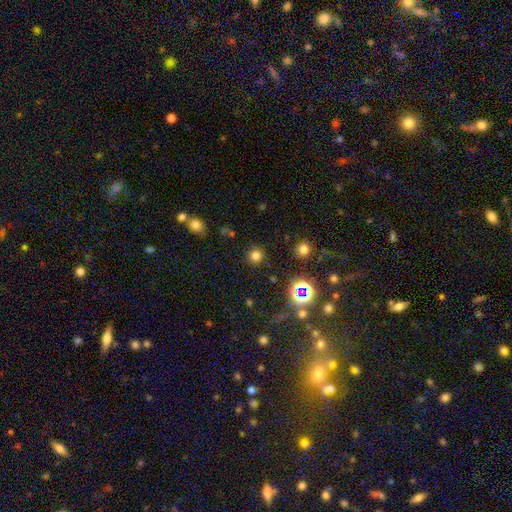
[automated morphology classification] A smooth galaxy with no disk features (73%) that is round (92%). Merging: none (89%).